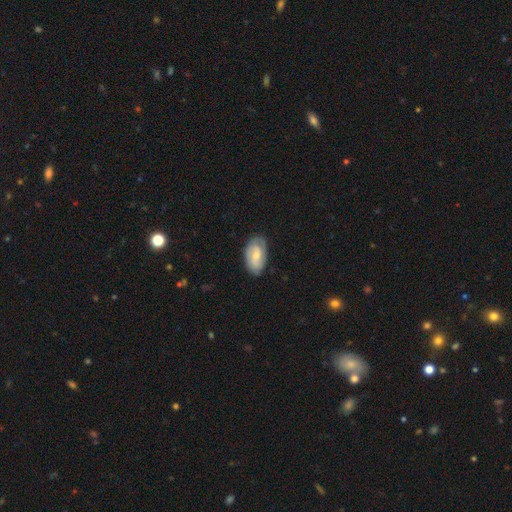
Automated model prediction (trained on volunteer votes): smooth_or_featured: featured or disk (p=0.49) [alt: smooth p=0.44]
merging: none (p=0.77) [alt: minor disturbance p=0.18]